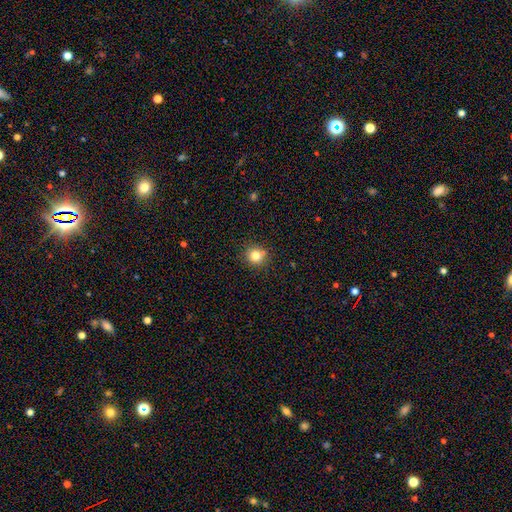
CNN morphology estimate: Overall: smooth (81%). How rounded: round (92%). Merging: none (84%).